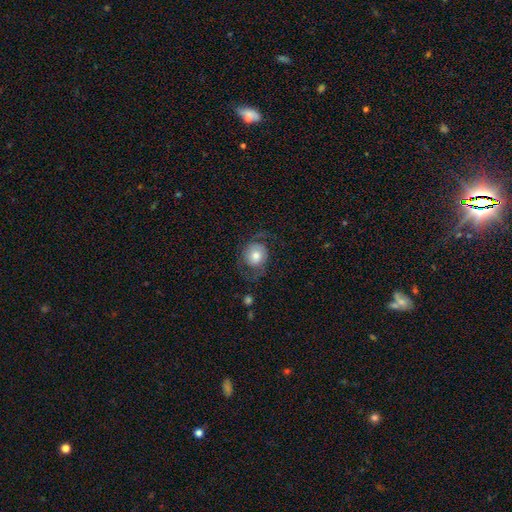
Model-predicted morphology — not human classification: A featured or disk galaxy (51%).

Vote fractions:
- Smooth or featured? featured or disk: 51% / smooth: 41% / star or artifact: 8%
- Edge-on disk? no: 96% / yes: 4%
- Merging? none: 59% / major disturbance: 21% / minor disturbance: 18% / merger: 2%